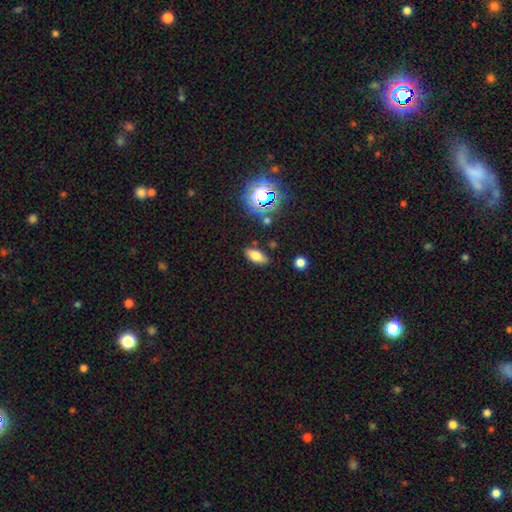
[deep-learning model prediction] This is likely a smooth galaxy (71%). How rounded: clearly in between (82%). Merging: clearly none (84%).